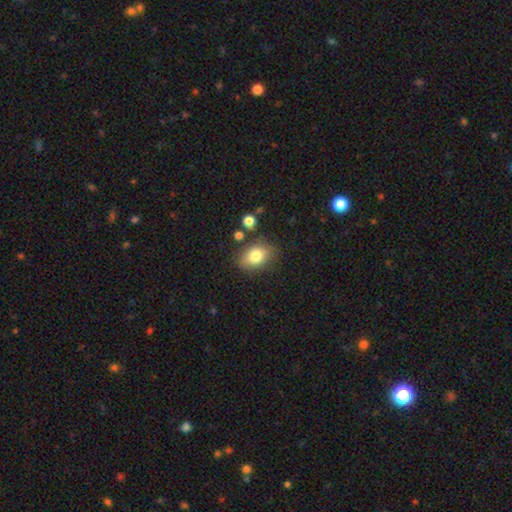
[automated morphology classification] Overall: smooth (79%). How rounded: in between (75%). Merging: none (77%).